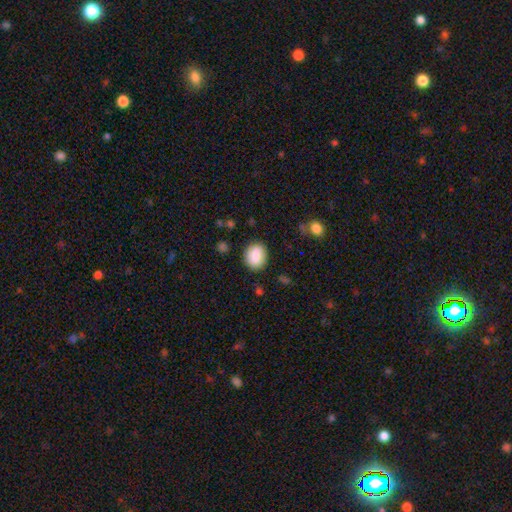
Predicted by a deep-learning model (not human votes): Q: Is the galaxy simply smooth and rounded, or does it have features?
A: smooth — 87%.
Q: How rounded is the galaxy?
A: in between — 50%.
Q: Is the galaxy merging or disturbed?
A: none — 86%.